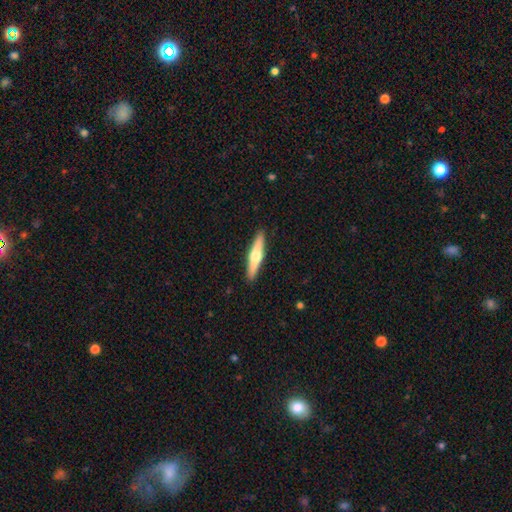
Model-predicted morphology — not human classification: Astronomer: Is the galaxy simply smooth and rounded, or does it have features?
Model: featured or disk — 54% (runner-up: smooth, 41%).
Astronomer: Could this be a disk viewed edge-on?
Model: yes — 96%.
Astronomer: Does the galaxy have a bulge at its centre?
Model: rounded — 93%.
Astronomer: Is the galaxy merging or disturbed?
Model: none — 91%.